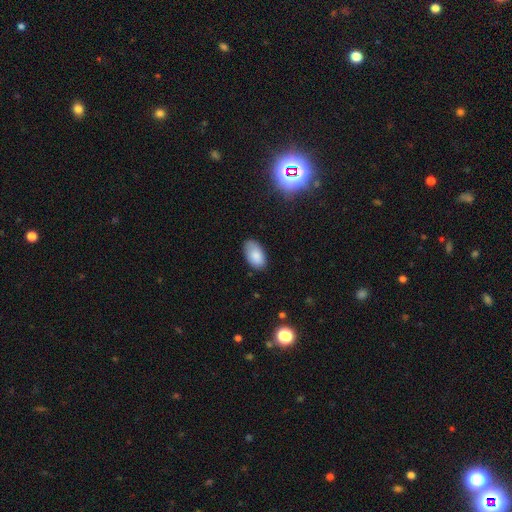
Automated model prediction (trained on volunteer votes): smooth_or_featured: smooth (p=0.84) [alt: featured or disk p=0.08]
how_rounded: in between (p=0.95) [alt: round p=0.04]
merging: none (p=0.77) [alt: minor disturbance p=0.19]